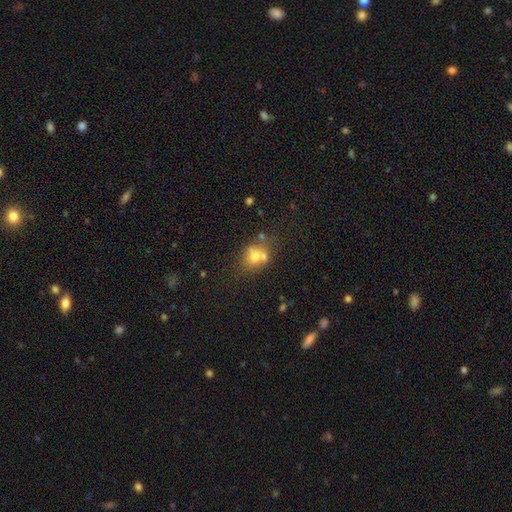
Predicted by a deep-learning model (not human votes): A smooth galaxy with no disk features (64%) that is round (59%).

Vote fractions:
- Smooth or featured? smooth: 64% / featured or disk: 20% / star or artifact: 16%
- How rounded? round: 59% / in between: 40% / cigar-shaped: 1%
- Merging? none: 46% / merger: 34% / minor disturbance: 14% / major disturbance: 6%